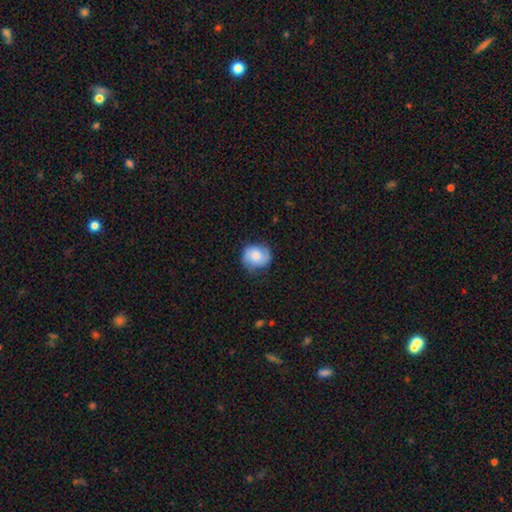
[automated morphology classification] smooth-or-featured: smooth: 66% | featured or disk: 26% | star or artifact: 7%
  how-rounded: round: 74% | in between: 25% | cigar-shaped: 1%
  merging: none: 73% | minor disturbance: 21% | major disturbance: 5% | merger: 1%